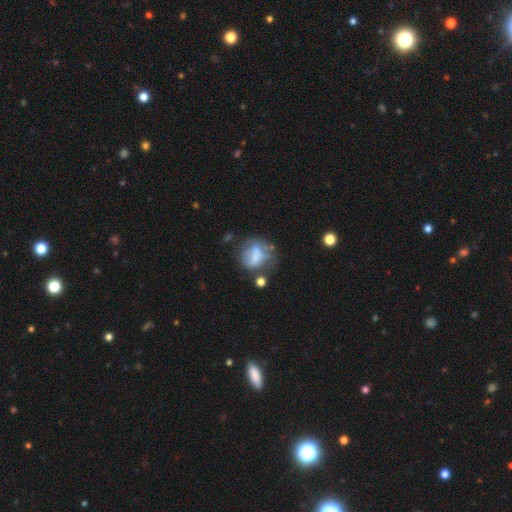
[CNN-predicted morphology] smooth-or-featured: smooth: 55% | featured or disk: 34% | star or artifact: 11%
  how-rounded: round: 55% | in between: 42% | cigar-shaped: 3%
  merging: none: 38% | minor disturbance: 26% | major disturbance: 25% | merger: 11%